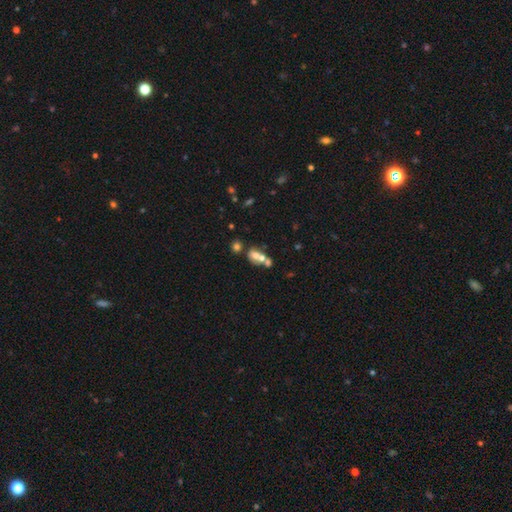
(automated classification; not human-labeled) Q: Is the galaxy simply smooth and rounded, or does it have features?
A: smooth — 56%.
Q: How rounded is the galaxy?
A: in between — 65%.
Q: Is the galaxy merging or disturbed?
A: merger — 57%.